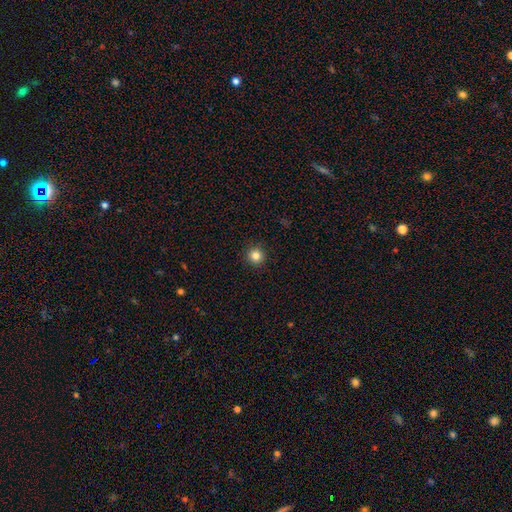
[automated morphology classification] The model was most divided on "smooth or featured": smooth: 84%, star or artifact: 12%, featured or disk: 5%. More confident: how rounded — round (96%); merging — none (93%).